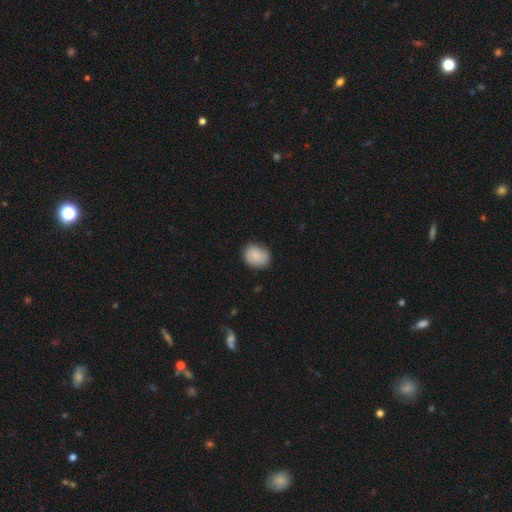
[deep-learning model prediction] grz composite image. It shows a smooth galaxy with no disk features (84%) that is round (58%). Merging: none (79%).